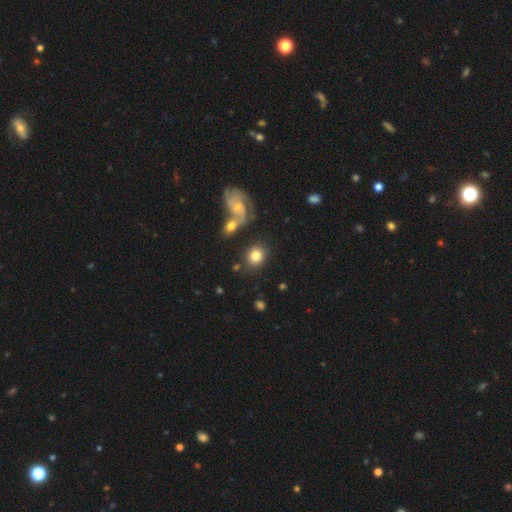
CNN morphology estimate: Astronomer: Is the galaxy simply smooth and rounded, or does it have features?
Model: smooth — 77%.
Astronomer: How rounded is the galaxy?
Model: round — 71%.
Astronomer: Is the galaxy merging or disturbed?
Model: none — 76%.